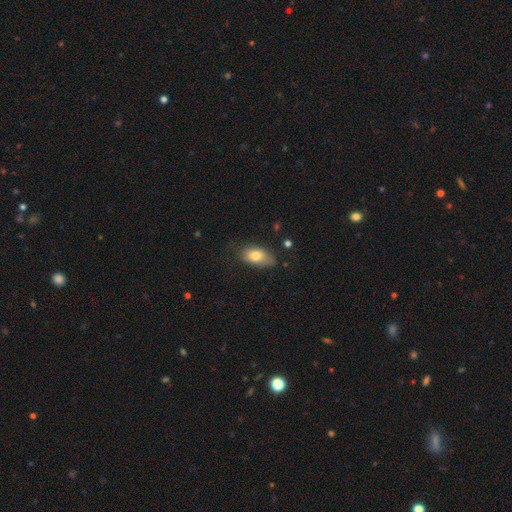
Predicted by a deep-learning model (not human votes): This appears to be a smooth galaxy with no disk features (77%) that is in between round and cigar-shaped (90%). Merging: none (61%).